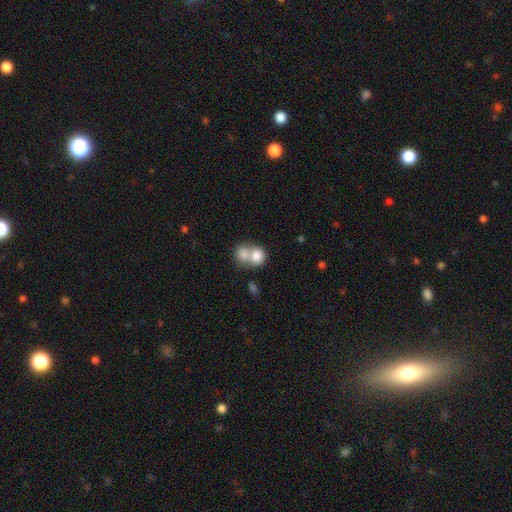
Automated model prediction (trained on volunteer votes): The model was most divided on "how rounded": round: 65%, in between: 34%, cigar-shaped: 1%. More confident: smooth or featured — smooth (78%); merging — merger (68%).